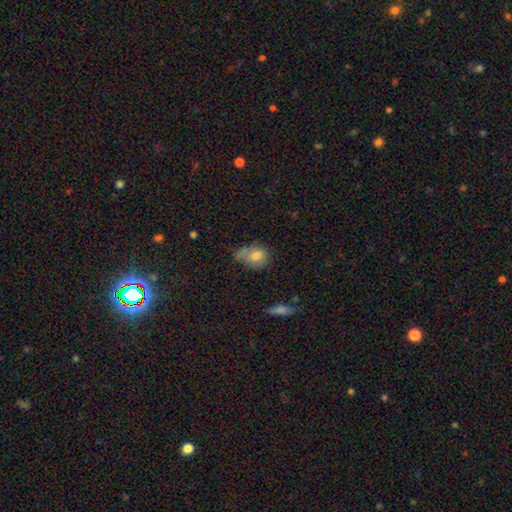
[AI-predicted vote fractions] This is likely a smooth galaxy (72%). How rounded: possibly in between (56%). Merging: marginally none (44%).